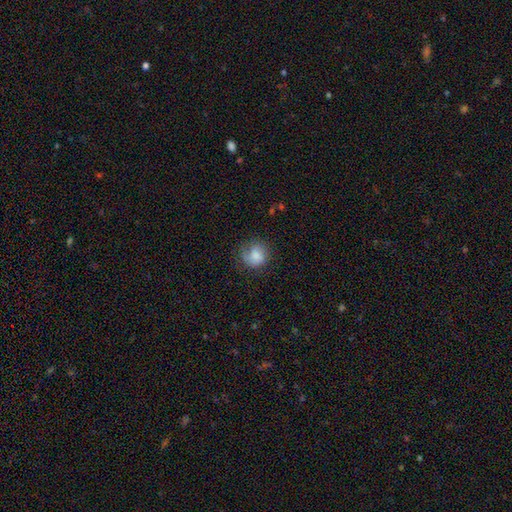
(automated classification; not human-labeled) smooth-or-featured: smooth: 70% | featured or disk: 22% | star or artifact: 8%
  how-rounded: round: 76% | in between: 23% | cigar-shaped: 1%
  merging: none: 58% | minor disturbance: 25% | major disturbance: 15% | merger: 2%